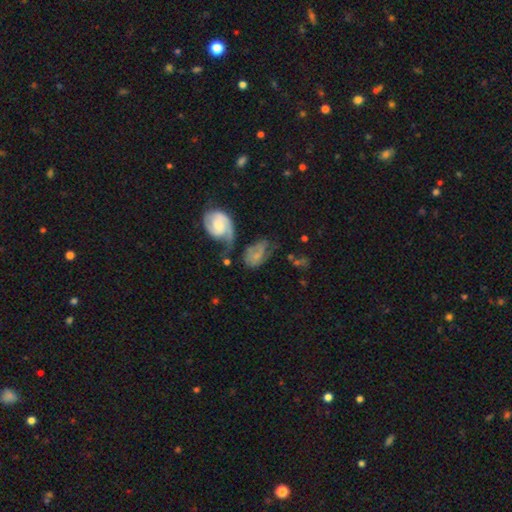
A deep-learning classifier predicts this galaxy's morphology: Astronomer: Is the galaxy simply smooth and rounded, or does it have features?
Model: featured or disk — 51% (runner-up: smooth, 38%).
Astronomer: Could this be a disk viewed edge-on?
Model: no — 96%.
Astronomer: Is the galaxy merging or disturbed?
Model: none — 28% (runner-up: major disturbance, 26%).